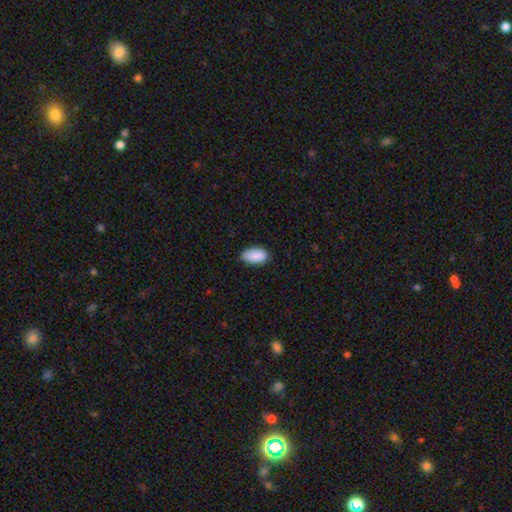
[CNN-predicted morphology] Smooth or featured? Predicted: smooth (p=0.90). How rounded? Predicted: in between (p=0.94). Merging? Predicted: none (p=0.79).